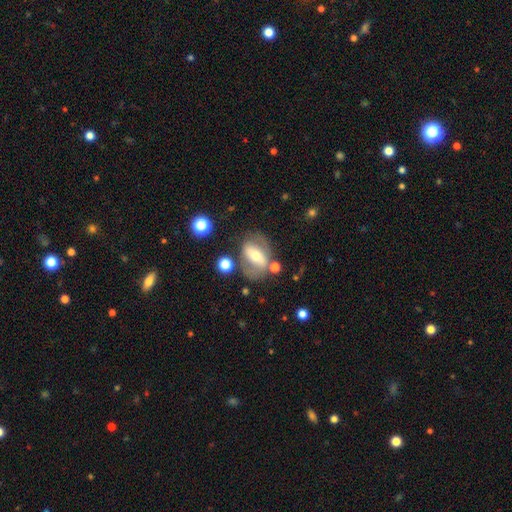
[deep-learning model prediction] Smooth or featured: featured or disk — 59% (smooth — 33%)
Edge-on disk: no — 90% (yes — 10%)
Bar: strong — 47% (weak — 27%)
Spiral arms: no — 53% (yes — 47%)
Bulge size: moderate — 56% (small — 34%)
Merging: none — 61% (minor disturbance — 18%)